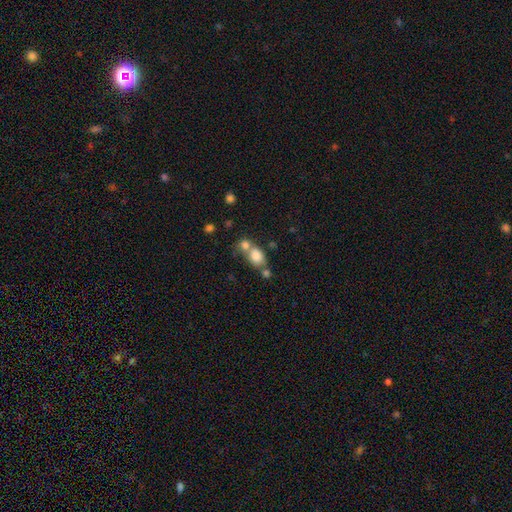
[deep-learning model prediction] Smooth or featured: smooth — 79% (featured or disk — 11%)
How rounded: in between — 61% (round — 37%)
Merging: merger — 50% (none — 36%)